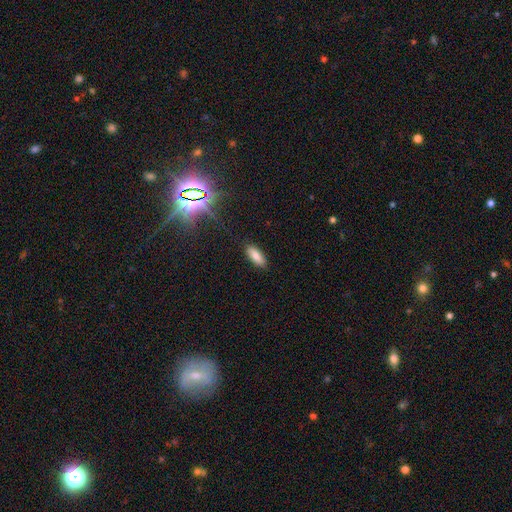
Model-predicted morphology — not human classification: smooth_or_featured: smooth (p=0.80) [alt: star or artifact p=0.11]
how_rounded: in between (p=0.74) [alt: cigar-shaped p=0.24]
merging: none (p=0.87) [alt: minor disturbance p=0.09]